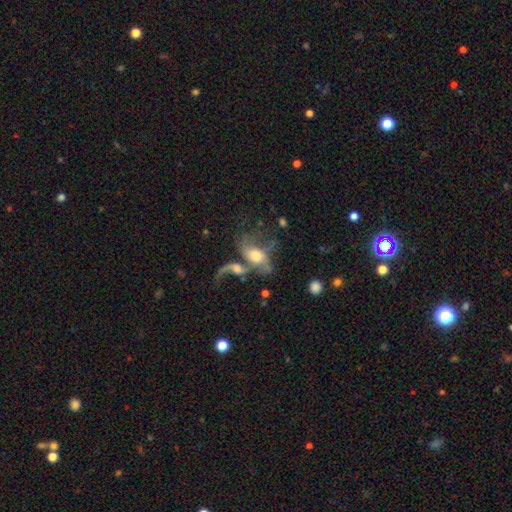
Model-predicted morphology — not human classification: Q: Smooth or featured?
A: featured or disk (58%); runner-up: smooth (31%)
Q: Edge-on disk?
A: no (94%); runner-up: yes (6%)
Q: Bar?
A: no (67%); runner-up: weak (26%)
Q: Spiral arms?
A: yes (58%); runner-up: no (42%)
Q: Bulge size?
A: moderate (50%); runner-up: large (22%)
Q: Merging?
A: merger (49%); runner-up: major disturbance (28%)